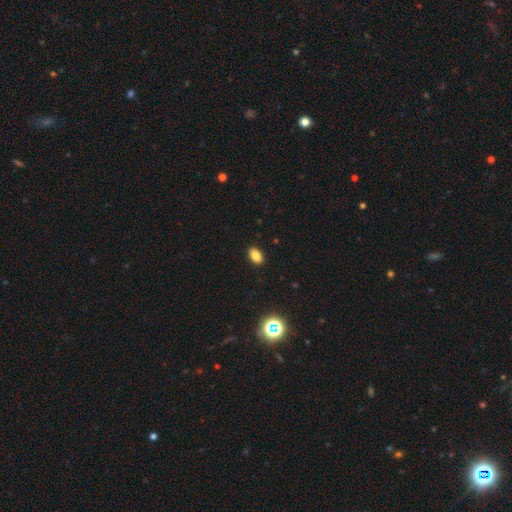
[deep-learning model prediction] smooth_or_featured: smooth (p=0.82) [alt: star or artifact p=0.11]
how_rounded: in between (p=0.90) [alt: round p=0.07]
merging: none (p=0.90) [alt: minor disturbance p=0.07]